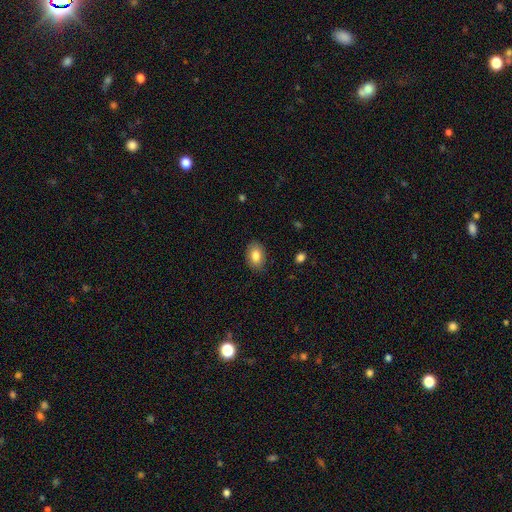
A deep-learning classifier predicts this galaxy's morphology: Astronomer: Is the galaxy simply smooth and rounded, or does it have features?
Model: smooth — 83%.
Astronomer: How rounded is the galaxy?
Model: in between — 82%.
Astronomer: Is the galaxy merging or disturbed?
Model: none — 86%.